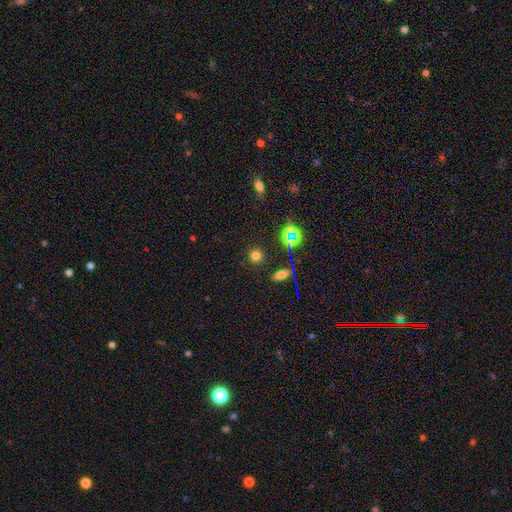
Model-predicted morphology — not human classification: Q: Smooth or featured?
A: smooth (70%); runner-up: star or artifact (23%)
Q: How rounded?
A: round (90%); runner-up: in between (9%)
Q: Merging?
A: none (88%); runner-up: minor disturbance (7%)